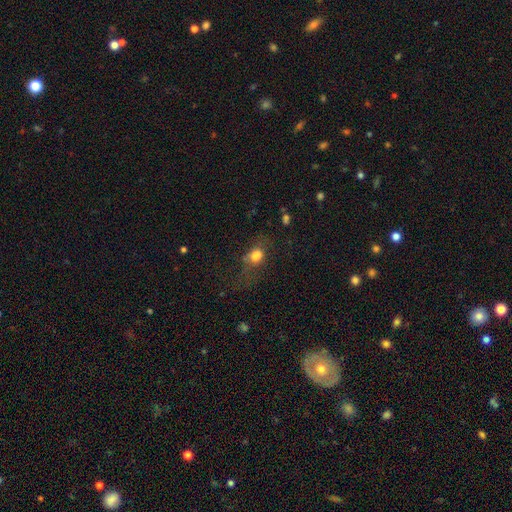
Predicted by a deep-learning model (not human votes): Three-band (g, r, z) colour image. It shows a smooth galaxy with no disk features (71%) that is in between round and cigar-shaped (60%). Merging: none (37%).